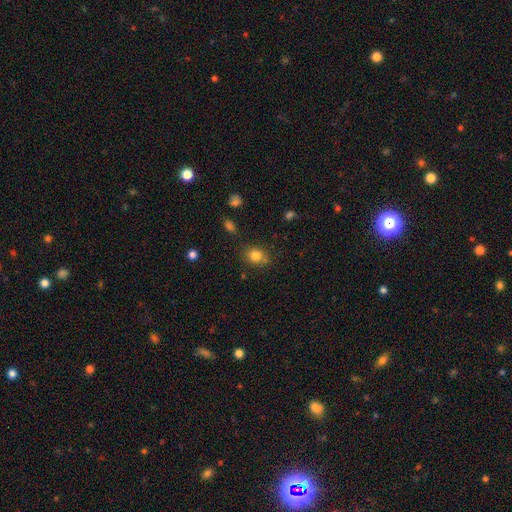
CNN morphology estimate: This is clearly a smooth galaxy (82%). How rounded: likely round (60%). Merging: likely none (78%).